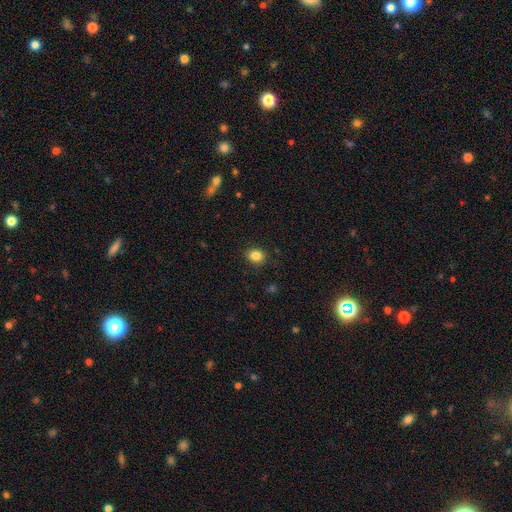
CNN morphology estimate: A smooth galaxy with no disk features (85%) that is round (54%).

Vote fractions:
- Smooth or featured? smooth: 85% / star or artifact: 10% / featured or disk: 5%
- How rounded? round: 54% / in between: 45% / cigar-shaped: 1%
- Merging? none: 87% / minor disturbance: 9% / major disturbance: 2% / merger: 1%